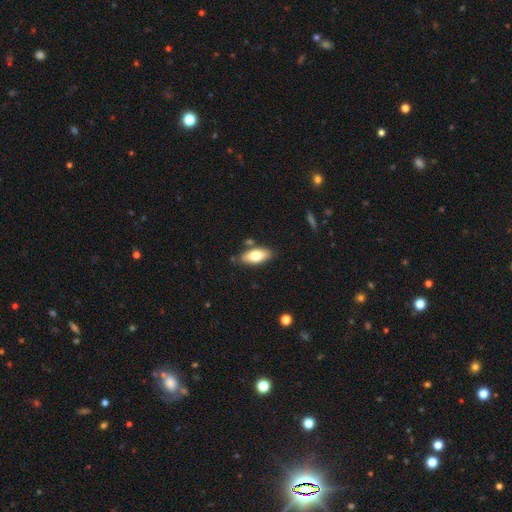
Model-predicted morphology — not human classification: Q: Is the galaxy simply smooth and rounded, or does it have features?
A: smooth — 74%.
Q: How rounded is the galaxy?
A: in between — 87%.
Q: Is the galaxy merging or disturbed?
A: none — 80%.